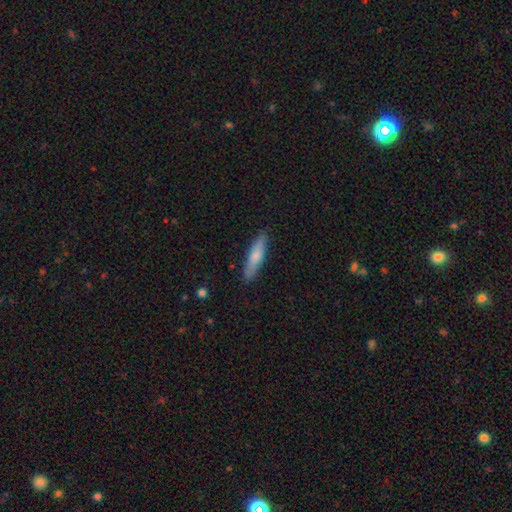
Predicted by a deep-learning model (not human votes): Q: Smooth or featured?
A: smooth (66%); runner-up: featured or disk (28%)
Q: How rounded?
A: cigar-shaped (84%); runner-up: in between (15%)
Q: Merging?
A: none (89%); runner-up: minor disturbance (8%)